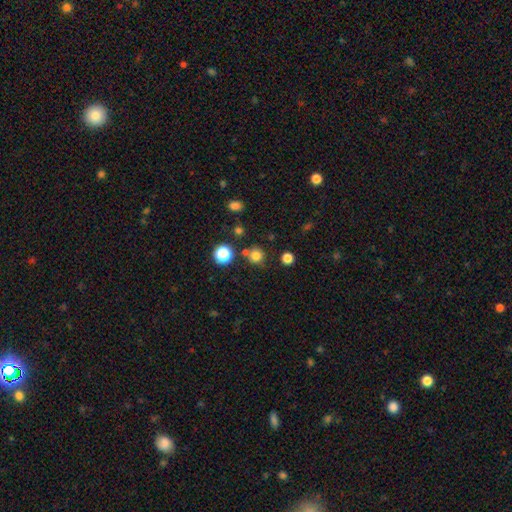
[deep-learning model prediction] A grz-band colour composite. It shows a smooth galaxy with no disk features (78%) that is round (92%). Merging: none (78%).